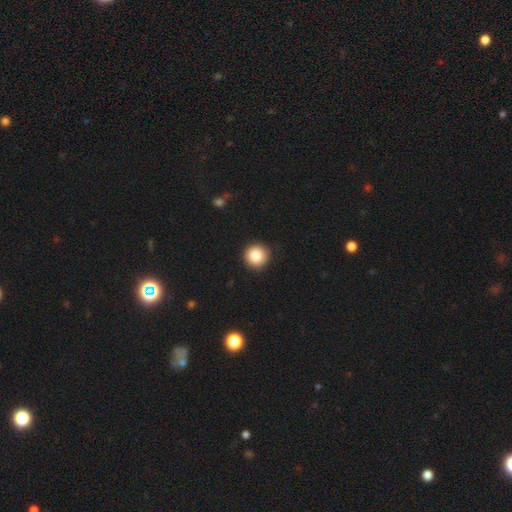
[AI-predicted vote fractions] This appears to be a smooth galaxy with no disk features (84%) that is round (95%). Merging: none (91%).